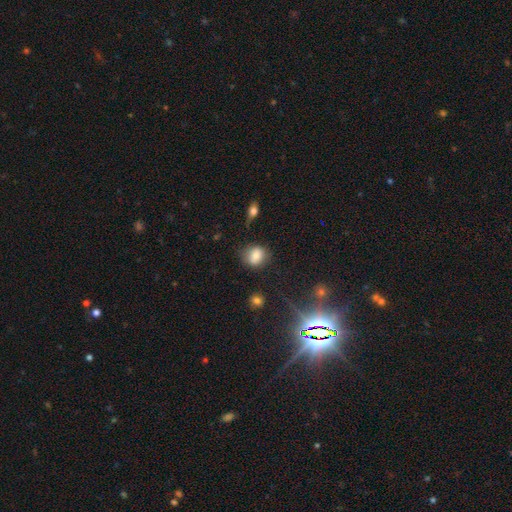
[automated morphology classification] Q: Smooth or featured?
A: smooth (77%); runner-up: featured or disk (12%)
Q: How rounded?
A: round (64%); runner-up: in between (35%)
Q: Merging?
A: none (70%); runner-up: minor disturbance (20%)